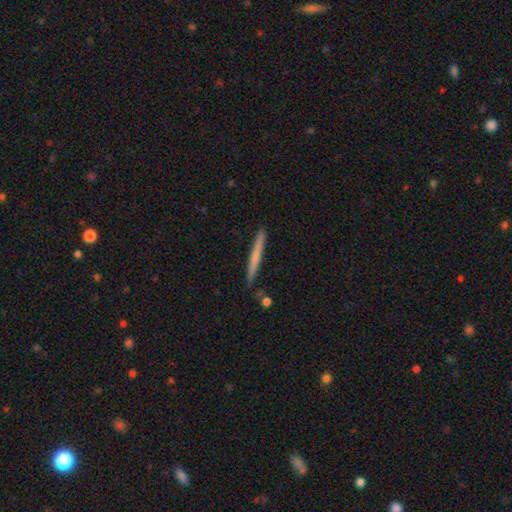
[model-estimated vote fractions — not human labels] Q: Smooth or featured?
A: smooth (57%); runner-up: featured or disk (38%)
Q: How rounded?
A: cigar-shaped (97%); runner-up: in between (2%)
Q: Merging?
A: none (89%); runner-up: minor disturbance (8%)